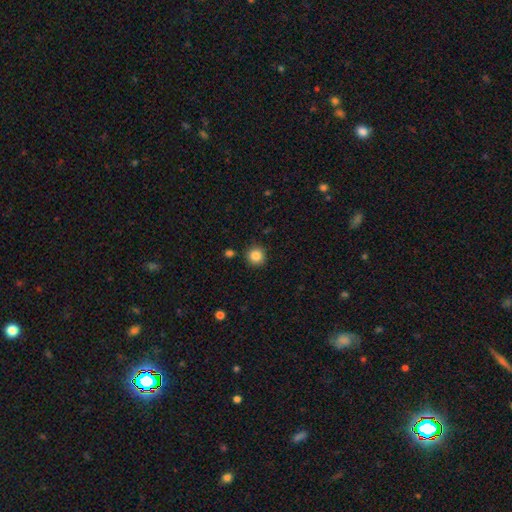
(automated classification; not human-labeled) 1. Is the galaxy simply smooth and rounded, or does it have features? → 86% smooth, 10% star or artifact, 4% featured or disk.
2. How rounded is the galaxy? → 93% round, 6% in between, 1% cigar-shaped.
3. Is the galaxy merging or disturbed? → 89% none, 6% minor disturbance, 2% merger, 2% major disturbance.